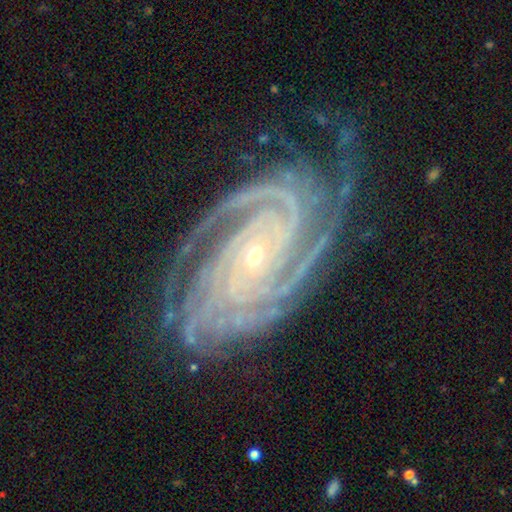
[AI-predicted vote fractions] Q: Smooth or featured?
A: featured or disk (92%); runner-up: star or artifact (5%)
Q: Edge-on disk?
A: no (97%); runner-up: yes (3%)
Q: Bar?
A: no (68%); runner-up: weak (18%)
Q: Spiral arms?
A: yes (99%); runner-up: no (1%)
Q: Spiral winding?
A: tight (83%); runner-up: medium (15%)
Q: Spiral arm count?
A: 4 (28%); runner-up: 3 (20%)
Q: Bulge size?
A: small (82%); runner-up: moderate (15%)
Q: Merging?
A: none (74%); runner-up: minor disturbance (19%)